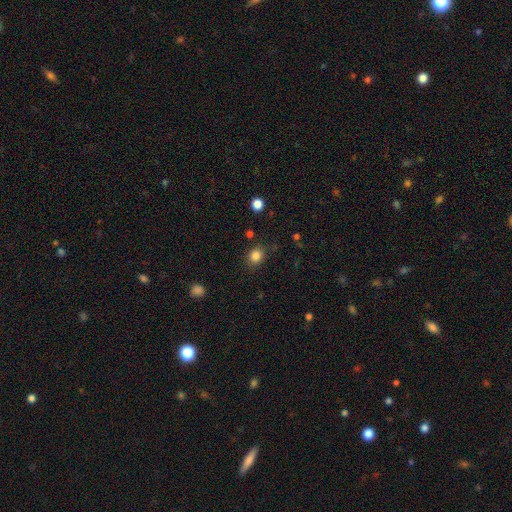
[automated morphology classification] Smooth or featured? smooth (83%)
How rounded? round (65%)
Merging? none (80%)